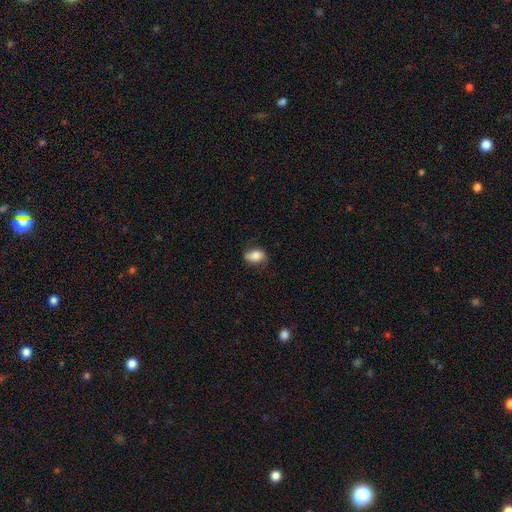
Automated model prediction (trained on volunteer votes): A smooth galaxy with no disk features (81%) that is in between round and cigar-shaped (83%).

Vote fractions:
- Smooth or featured? smooth: 81% / featured or disk: 11% / star or artifact: 8%
- How rounded? in between: 83% / round: 15% / cigar-shaped: 2%
- Merging? none: 71% / minor disturbance: 22% / major disturbance: 6% / merger: 1%